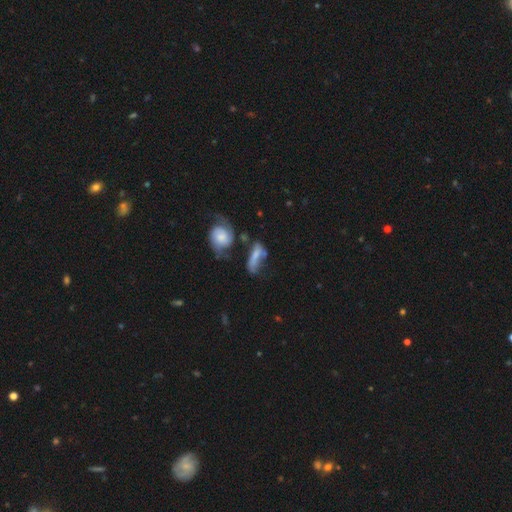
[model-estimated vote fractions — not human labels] A smooth galaxy with no disk features (46%).

Vote fractions:
- Smooth or featured? smooth: 46% / featured or disk: 44% / star or artifact: 10%
- Merging? none: 30% / merger: 27% / major disturbance: 22% / minor disturbance: 21%